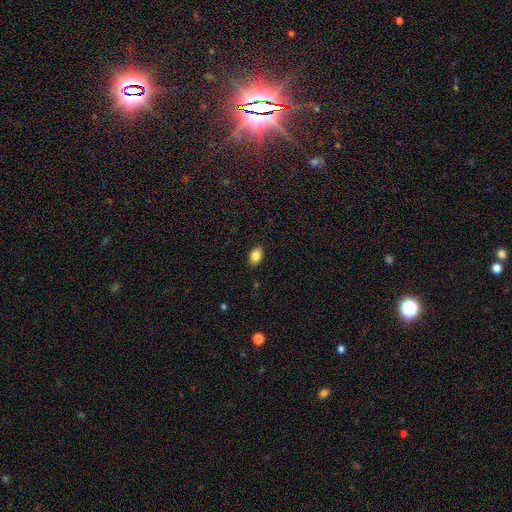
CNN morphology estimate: This appears to be a smooth galaxy with no disk features (85%) that is in between round and cigar-shaped (88%). Merging: none (88%).